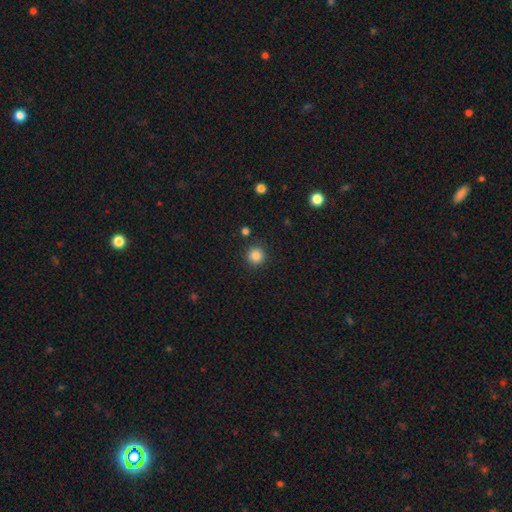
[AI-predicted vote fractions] smooth 85%, star or artifact 11%, featured or disk 4%. Down the decision tree: how rounded — round (95%); merging — none (89%).